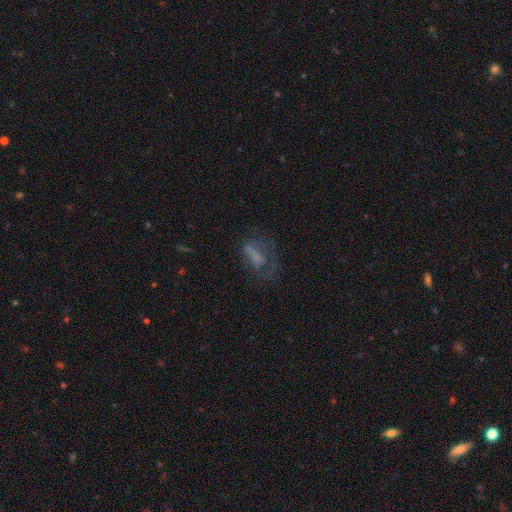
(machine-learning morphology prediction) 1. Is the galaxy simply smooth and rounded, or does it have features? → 45% smooth, 38% featured or disk, 17% star or artifact.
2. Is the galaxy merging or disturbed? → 41% major disturbance, 37% none, 20% minor disturbance, 3% merger.